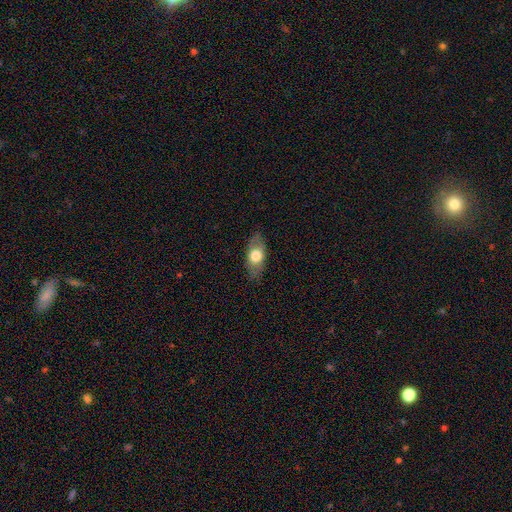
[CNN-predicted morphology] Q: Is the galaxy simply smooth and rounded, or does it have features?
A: smooth — 63%.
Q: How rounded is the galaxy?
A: in between — 83%.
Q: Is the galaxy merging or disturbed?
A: none — 81%.